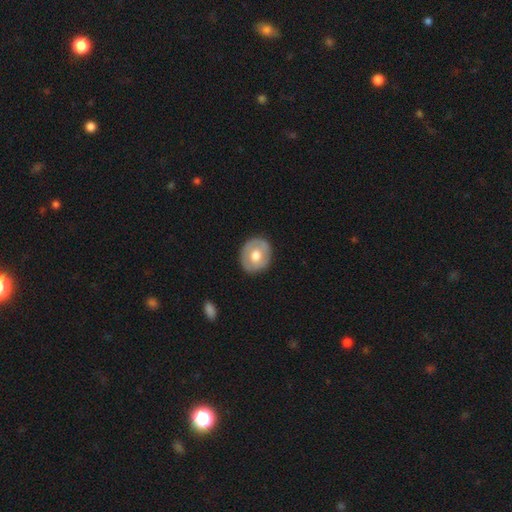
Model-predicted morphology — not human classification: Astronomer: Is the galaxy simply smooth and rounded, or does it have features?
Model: smooth — 57% (runner-up: featured or disk, 37%).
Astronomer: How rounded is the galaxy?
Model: round — 75%.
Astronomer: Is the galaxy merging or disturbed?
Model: none — 85%.